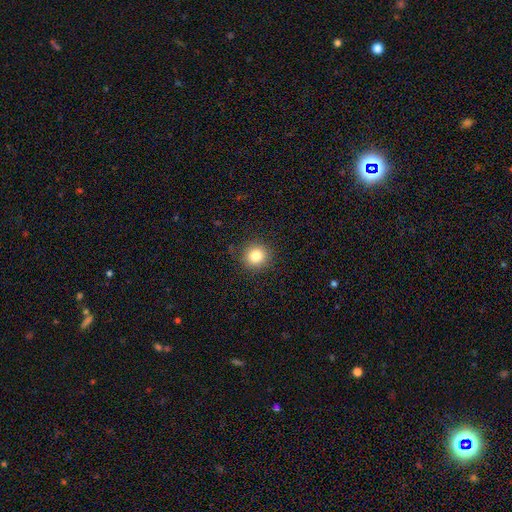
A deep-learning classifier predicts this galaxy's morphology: This is clearly a smooth galaxy (83%). How rounded: clearly round (92%). Merging: clearly none (89%).